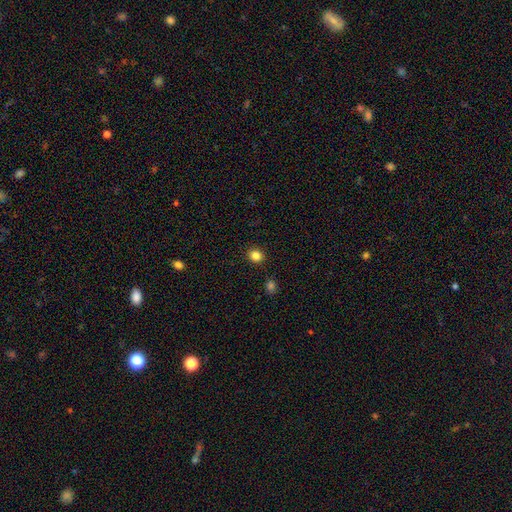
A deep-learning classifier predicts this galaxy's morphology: type=smooth (84%); roundness=round (77%); merging=none (90%).